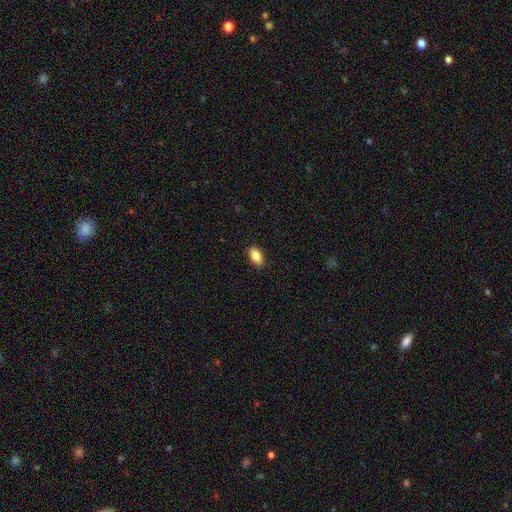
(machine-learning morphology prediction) Smooth or featured? smooth (84%)
How rounded? in between (91%)
Merging? none (89%)